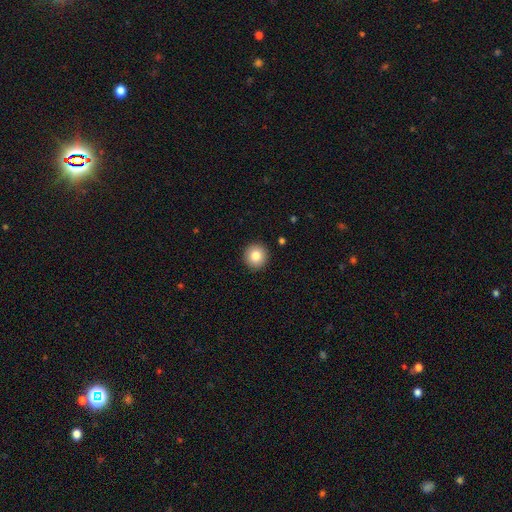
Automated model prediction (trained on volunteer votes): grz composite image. It shows a smooth galaxy with no disk features (83%) that is round (95%). Merging: none (92%).